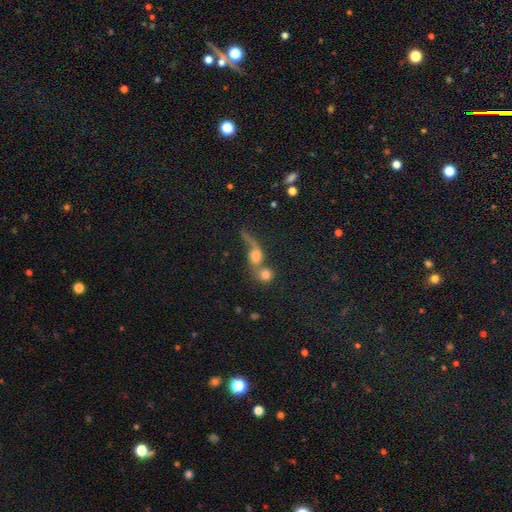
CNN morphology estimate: smooth_or_featured: smooth (p=0.59) [alt: featured or disk p=0.27]
how_rounded: round (p=0.60) [alt: in between p=0.32]
merging: merger (p=0.55) [alt: none p=0.19]